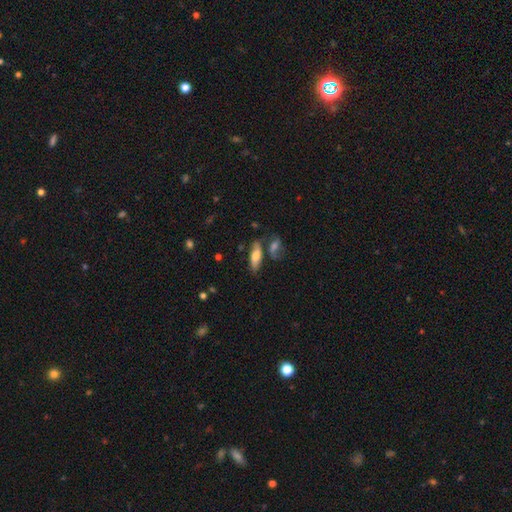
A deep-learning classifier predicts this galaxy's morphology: Smooth or featured? Predicted: smooth (p=0.62). How rounded? Predicted: in between (p=0.58). Merging? Predicted: none (p=0.58).